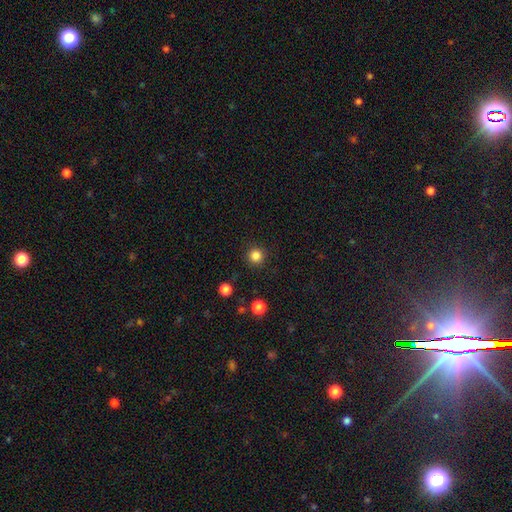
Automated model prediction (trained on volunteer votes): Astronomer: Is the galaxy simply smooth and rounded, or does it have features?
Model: smooth — 84%.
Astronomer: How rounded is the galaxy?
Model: round — 96%.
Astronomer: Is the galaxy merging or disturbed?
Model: none — 91%.